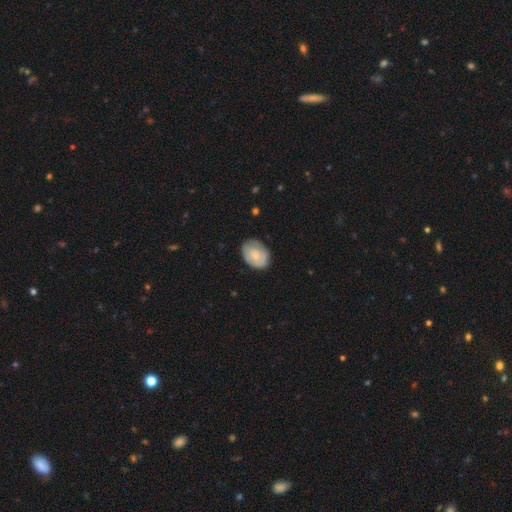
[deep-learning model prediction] This is likely a smooth galaxy (71%). How rounded: likely in between (73%). Merging: likely none (75%).